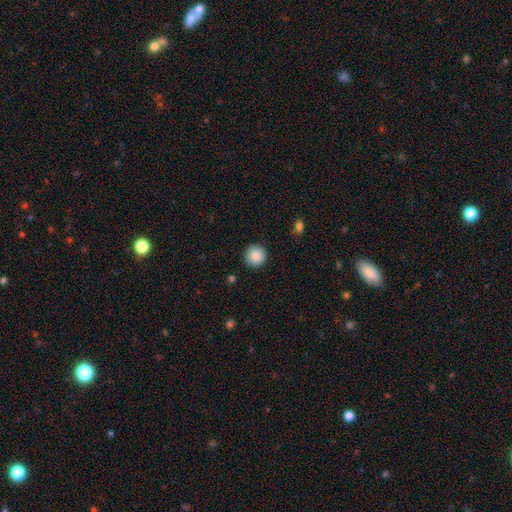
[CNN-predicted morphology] This appears to be a smooth galaxy with no disk features (87%) that is round (95%). Merging: none (91%).